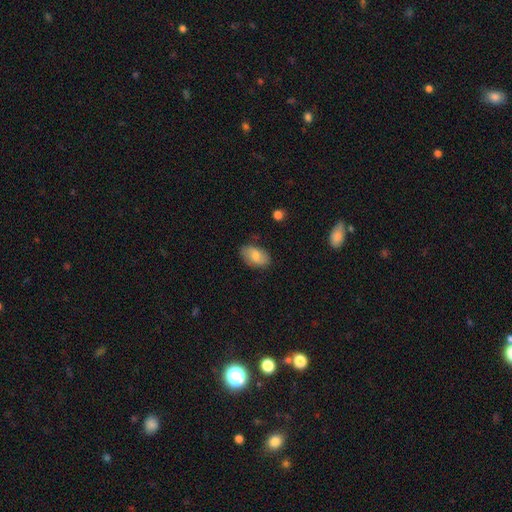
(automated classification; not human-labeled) A smooth galaxy with no disk features (68%) that is in between round and cigar-shaped (92%). Merging: none (76%).